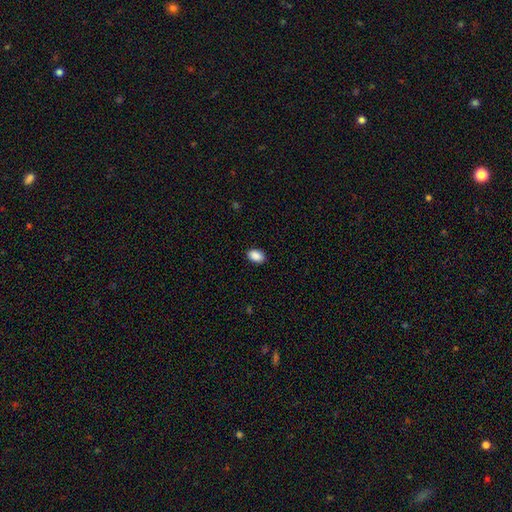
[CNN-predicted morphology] smooth 90%, star or artifact 7%, featured or disk 3%. Down the decision tree: how rounded — in between (87%); merging — none (89%).